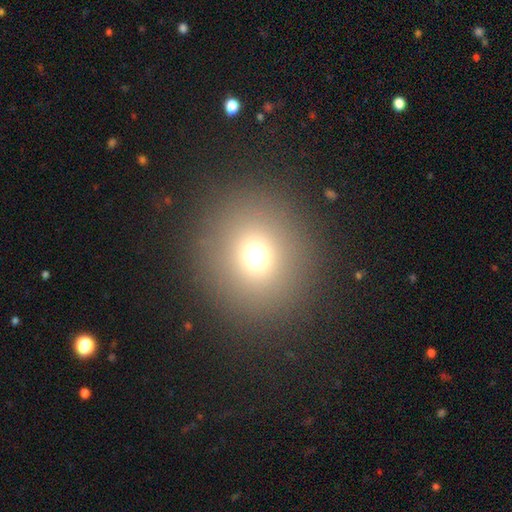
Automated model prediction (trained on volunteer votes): A smooth galaxy with no disk features (68%) that is round (85%). Merging: none (88%).